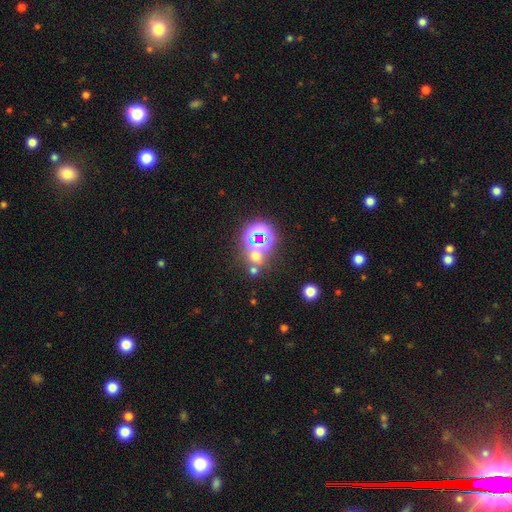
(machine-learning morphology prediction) type=star or artifact (49%).